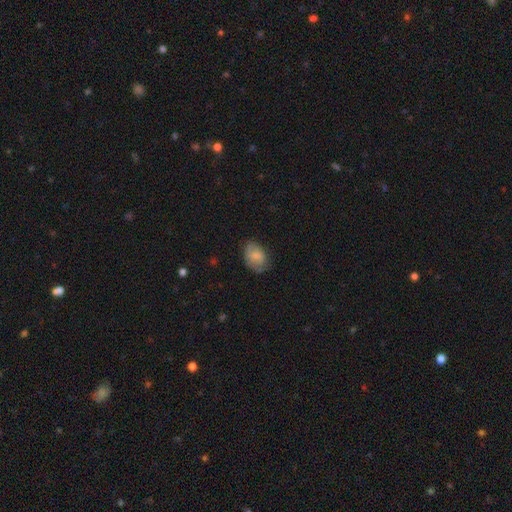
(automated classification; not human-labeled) Morphology: type=smooth (77%); roundness=in between (77%); merging=none (65%).